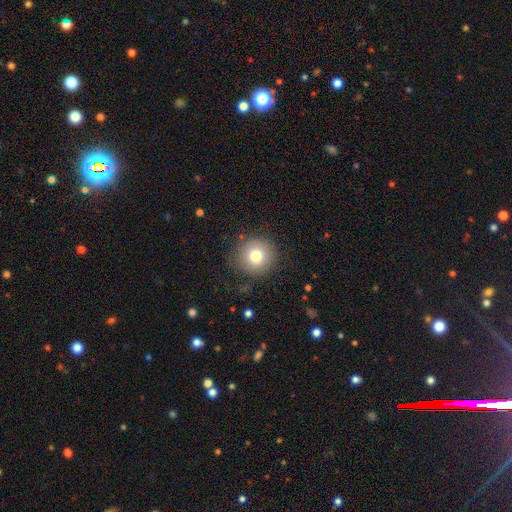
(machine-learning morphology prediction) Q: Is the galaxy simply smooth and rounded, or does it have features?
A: smooth — 78%.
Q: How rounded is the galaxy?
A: round — 94%.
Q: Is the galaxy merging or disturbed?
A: none — 85%.